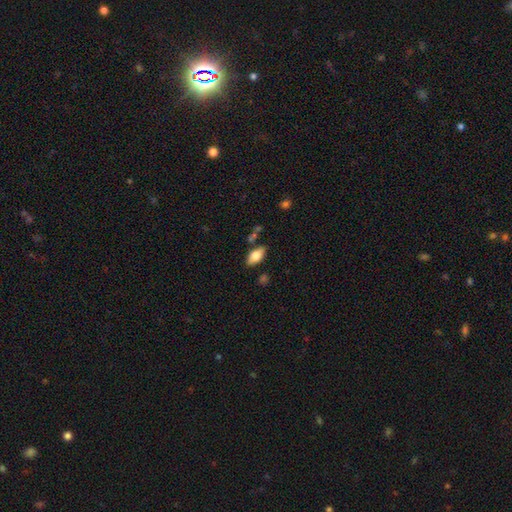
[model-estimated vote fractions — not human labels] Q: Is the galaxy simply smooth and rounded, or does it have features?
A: smooth — 73%.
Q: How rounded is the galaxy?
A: in between — 90%.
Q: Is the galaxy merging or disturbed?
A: none — 80%.